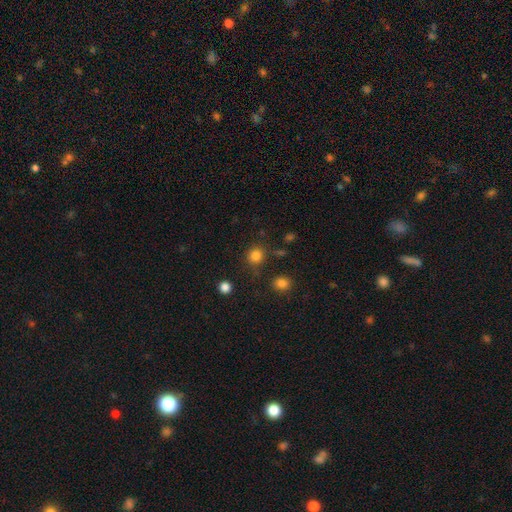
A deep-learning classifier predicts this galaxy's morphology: The model was most divided on "smooth or featured": smooth: 82%, star or artifact: 14%, featured or disk: 4%. More confident: how rounded — round (86%); merging — none (81%).